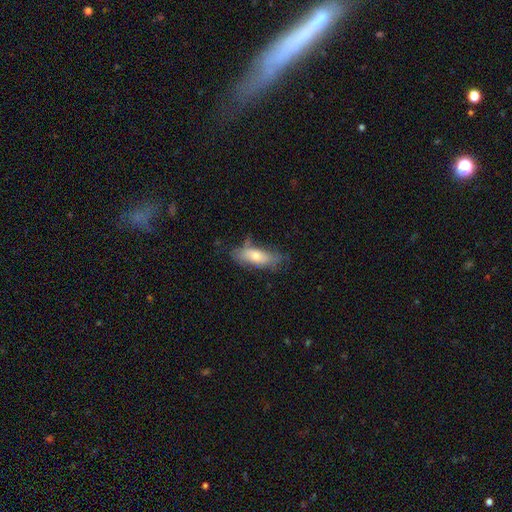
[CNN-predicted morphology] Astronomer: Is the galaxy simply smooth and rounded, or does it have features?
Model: smooth — 65%.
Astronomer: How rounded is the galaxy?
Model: in between — 64%.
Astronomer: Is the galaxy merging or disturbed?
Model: none — 59%.